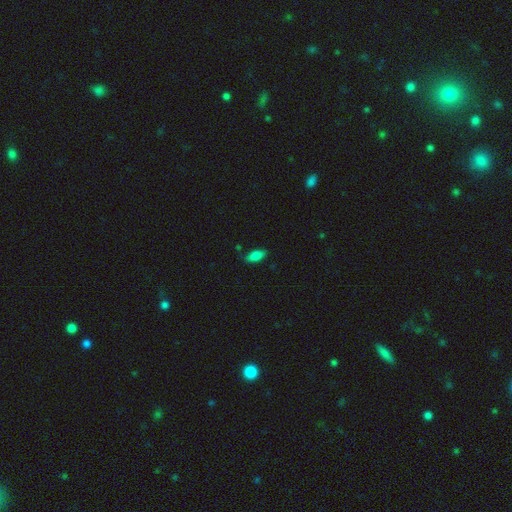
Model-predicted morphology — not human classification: A smooth galaxy with no disk features (84%) that is in between round and cigar-shaped (87%). Merging: none (79%).